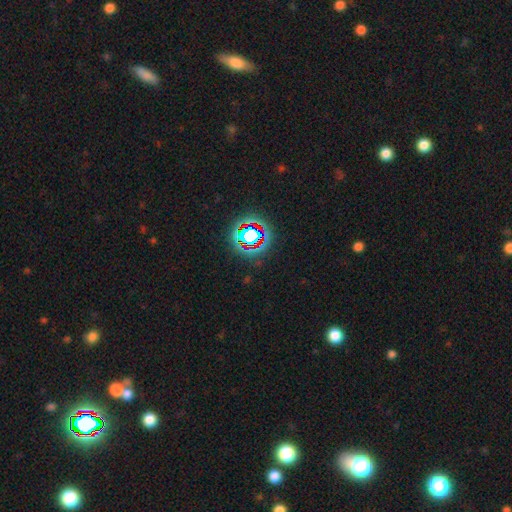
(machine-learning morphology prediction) Smooth or featured: star or artifact — 77% (smooth — 13%)